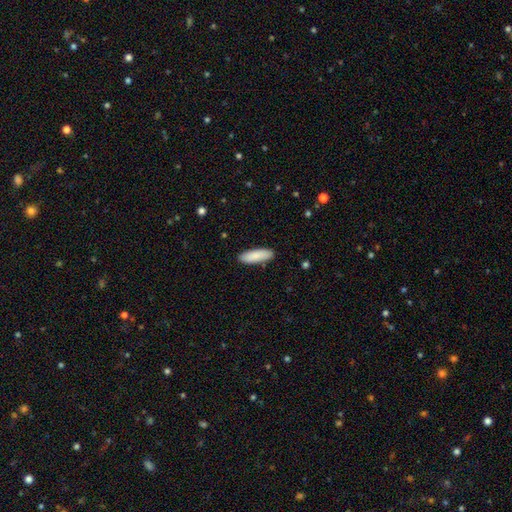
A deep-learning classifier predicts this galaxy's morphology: Q: Smooth or featured?
A: smooth (89%); runner-up: featured or disk (6%)
Q: How rounded?
A: in between (55%); runner-up: cigar-shaped (44%)
Q: Merging?
A: none (89%); runner-up: minor disturbance (8%)